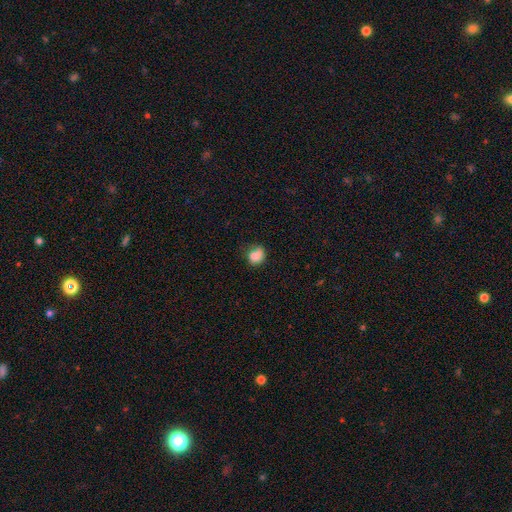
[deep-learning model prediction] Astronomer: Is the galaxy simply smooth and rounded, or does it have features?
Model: smooth — 79%.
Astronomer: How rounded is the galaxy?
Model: round — 59% (runner-up: in between, 40%).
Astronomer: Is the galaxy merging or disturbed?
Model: none — 43% (runner-up: minor disturbance, 28%).